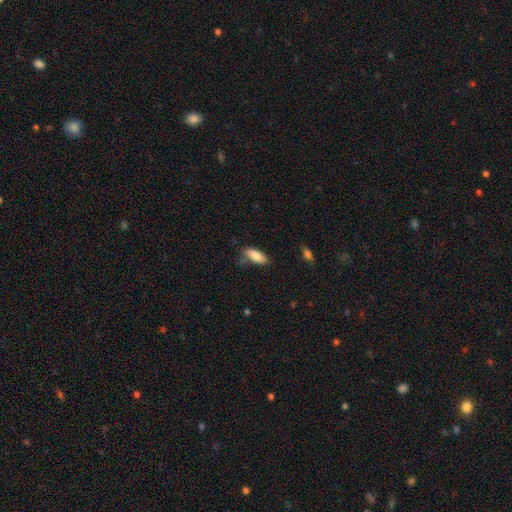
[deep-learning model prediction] Smooth or featured?
  - smooth: 83% *
  - featured or disk: 11%
  - star or artifact: 7%
How rounded?
  - in between: 80% *
  - cigar-shaped: 18%
  - round: 2%
Merging?
  - none: 68% *
  - minor disturbance: 23%
  - major disturbance: 5%
  - merger: 4%